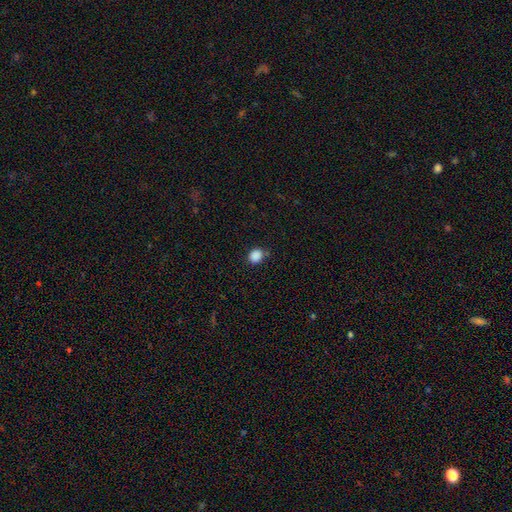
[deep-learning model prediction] A smooth galaxy with no disk features (87%) that is round (70%). Merging: none (79%).